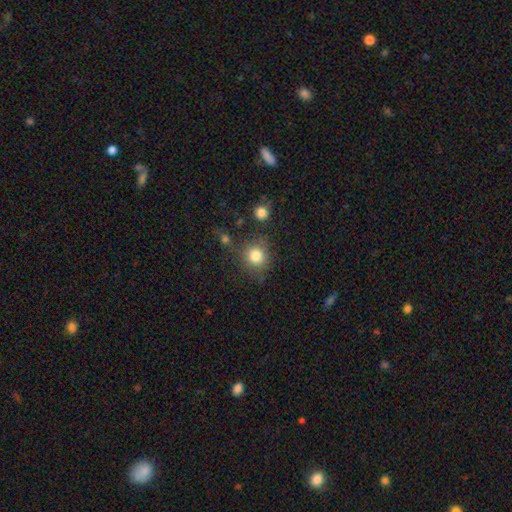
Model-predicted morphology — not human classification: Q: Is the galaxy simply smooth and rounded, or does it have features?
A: smooth — 82%.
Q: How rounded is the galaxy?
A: round — 86%.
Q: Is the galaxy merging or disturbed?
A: none — 74%.